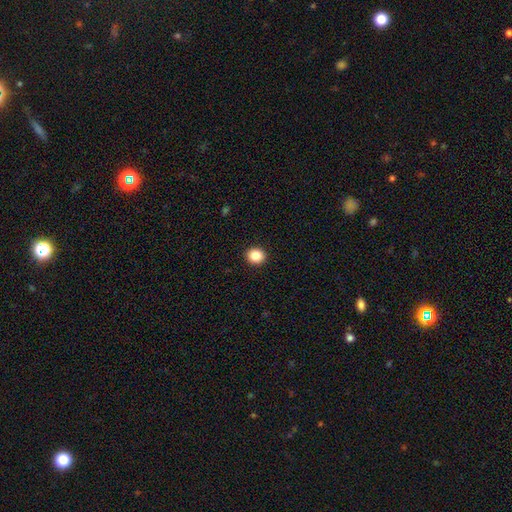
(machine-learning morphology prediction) Smooth or featured: smooth — 87% (star or artifact — 9%)
How rounded: round — 78% (in between — 21%)
Merging: none — 93% (minor disturbance — 5%)